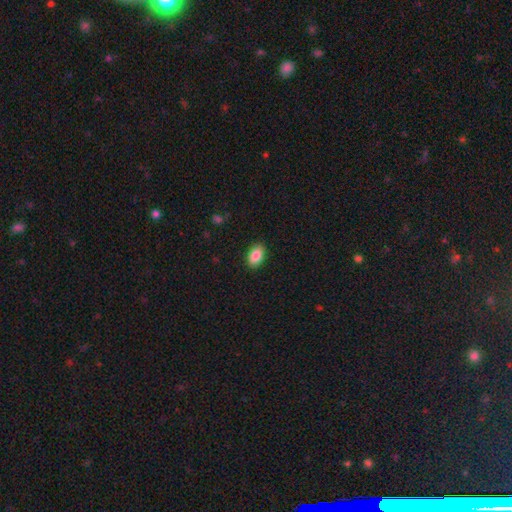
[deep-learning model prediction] The model was most divided on "smooth or featured": smooth: 86%, star or artifact: 7%, featured or disk: 6%. More confident: how rounded — in between (91%); merging — none (90%).